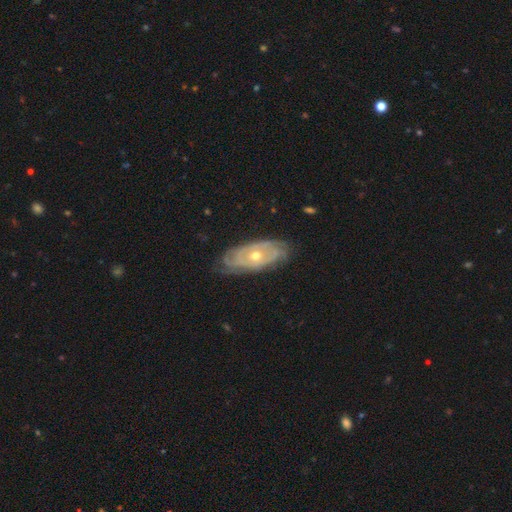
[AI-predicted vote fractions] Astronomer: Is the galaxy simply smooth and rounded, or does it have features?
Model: featured or disk — 84%.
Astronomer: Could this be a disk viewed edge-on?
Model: no — 91%.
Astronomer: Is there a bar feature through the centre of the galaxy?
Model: no — 79%.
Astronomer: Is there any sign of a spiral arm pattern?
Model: yes — 91%.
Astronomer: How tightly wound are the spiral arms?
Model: tight — 76%.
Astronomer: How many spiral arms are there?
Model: can't tell — 45% (runner-up: 2, 22%).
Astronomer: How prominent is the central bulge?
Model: moderate — 64%.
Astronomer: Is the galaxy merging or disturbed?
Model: none — 76%.